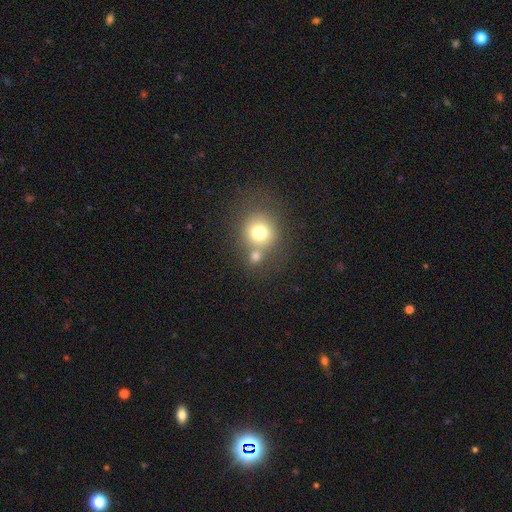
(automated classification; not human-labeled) Smooth or featured? Predicted: smooth (p=0.74). How rounded? Predicted: round (p=0.85). Merging? Predicted: none (p=0.54).